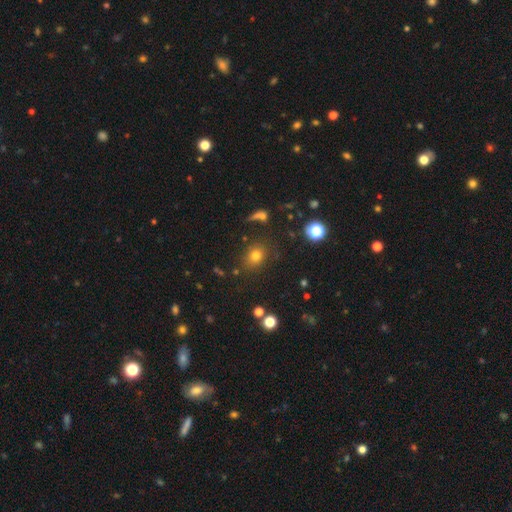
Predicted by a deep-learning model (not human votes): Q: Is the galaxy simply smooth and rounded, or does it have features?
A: smooth — 74%.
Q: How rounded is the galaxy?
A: round — 56%.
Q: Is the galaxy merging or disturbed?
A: none — 80%.